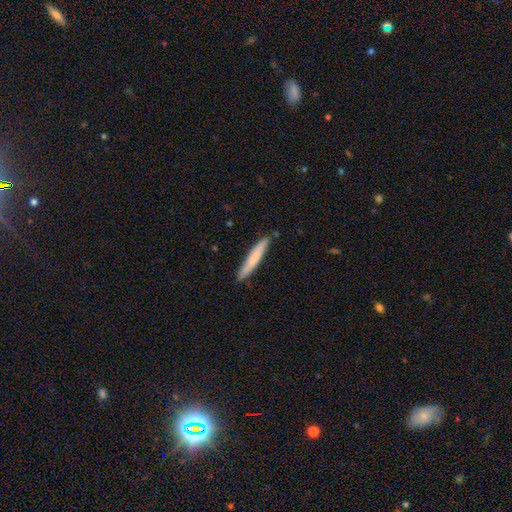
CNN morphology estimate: A smooth galaxy with no disk features (73%) that is cigar-shaped (94%). Merging: none (87%).